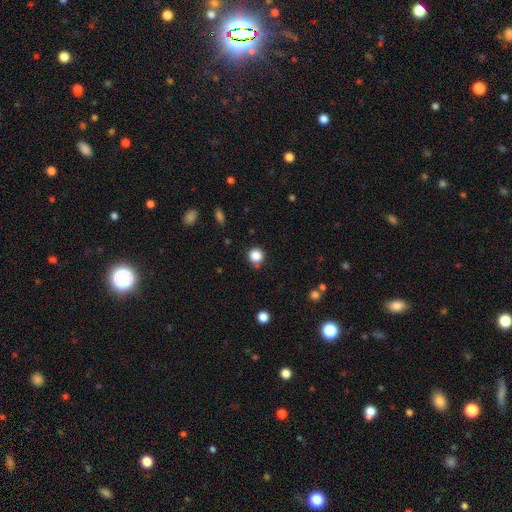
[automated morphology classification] smooth_or_featured: smooth (p=0.85) [alt: star or artifact p=0.12]
how_rounded: round (p=0.93) [alt: in between p=0.07]
merging: none (p=0.82) [alt: minor disturbance p=0.11]